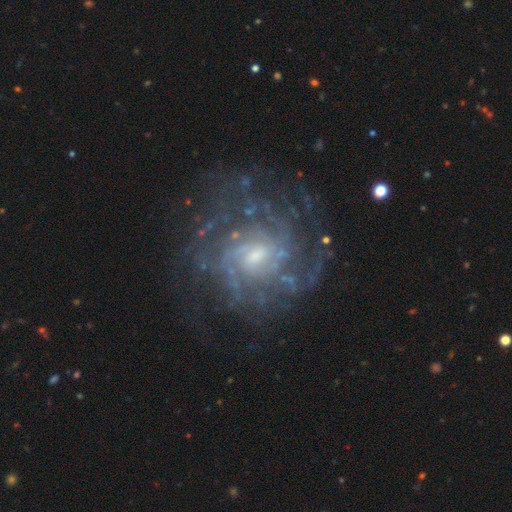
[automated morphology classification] Q: Smooth or featured?
A: featured or disk (87%); runner-up: star or artifact (7%)
Q: Edge-on disk?
A: no (98%); runner-up: yes (2%)
Q: Bar?
A: no (46%); runner-up: weak (45%)
Q: Spiral arms?
A: yes (94%); runner-up: no (6%)
Q: Spiral winding?
A: tight (63%); runner-up: medium (29%)
Q: Spiral arm count?
A: can't tell (39%); runner-up: 4 (17%)
Q: Bulge size?
A: small (55%); runner-up: moderate (37%)
Q: Merging?
A: none (73%); runner-up: minor disturbance (15%)